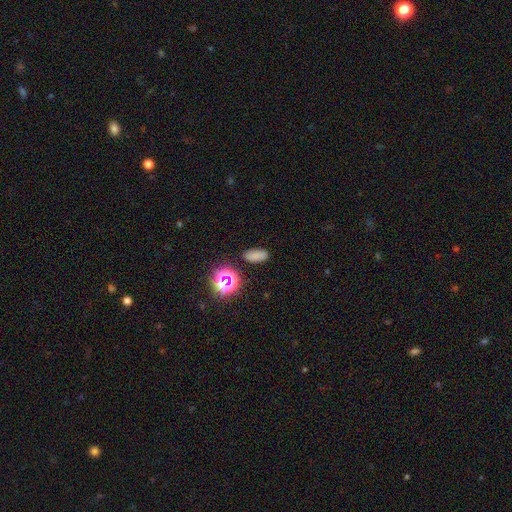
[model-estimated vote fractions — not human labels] A smooth galaxy with no disk features (73%) that is in between round and cigar-shaped (86%). Merging: none (84%).